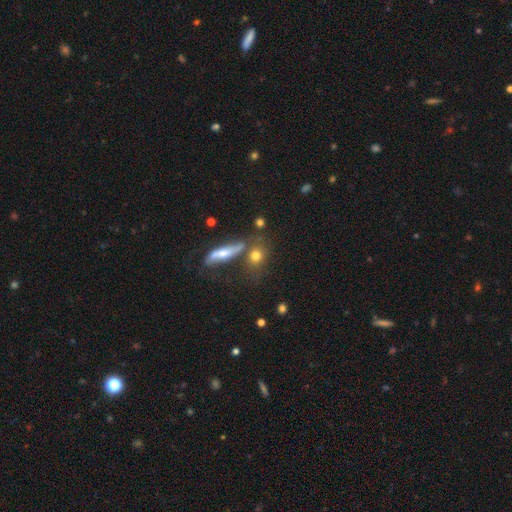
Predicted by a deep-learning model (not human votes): Overall: smooth (73%). How rounded: round (61%; in between 29%). Merging: none (60%; merger 21%).